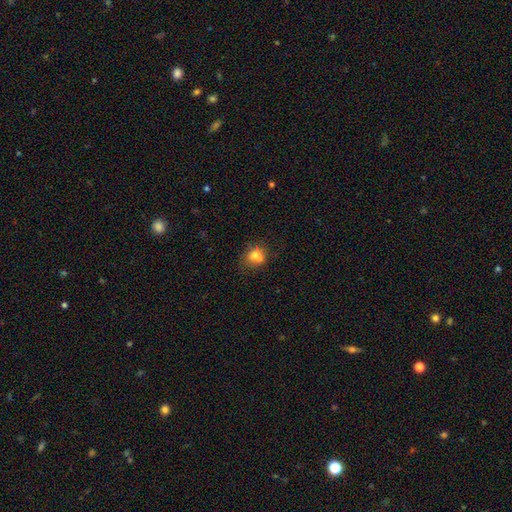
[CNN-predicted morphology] Q: Smooth or featured?
A: smooth (74%); runner-up: featured or disk (14%)
Q: How rounded?
A: round (56%); runner-up: in between (43%)
Q: Merging?
A: none (44%); runner-up: merger (26%)